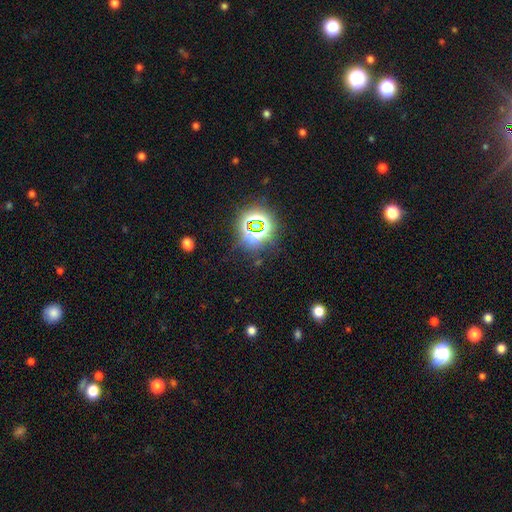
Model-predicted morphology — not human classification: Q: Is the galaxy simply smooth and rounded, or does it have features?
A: star or artifact — 80%.